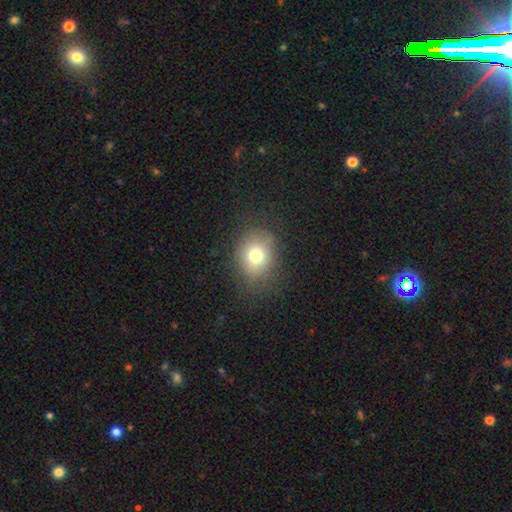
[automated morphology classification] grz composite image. It shows a smooth galaxy with no disk features (75%) that is round (64%). Merging: none (80%).